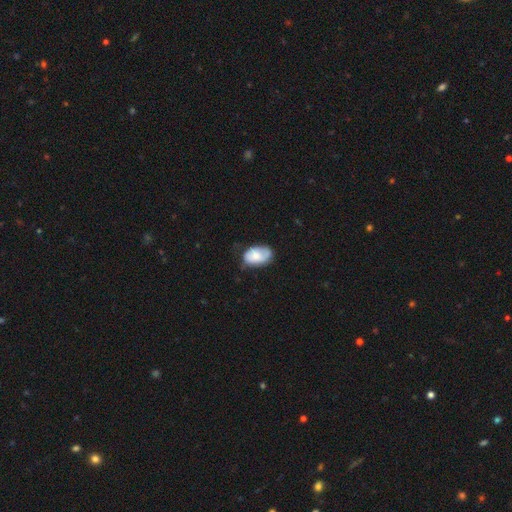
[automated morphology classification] The model was most divided on "merging": none: 53%, minor disturbance: 34%, major disturbance: 11%, merger: 2%. More confident: how rounded — in between (90%); smooth or featured — smooth (60%).